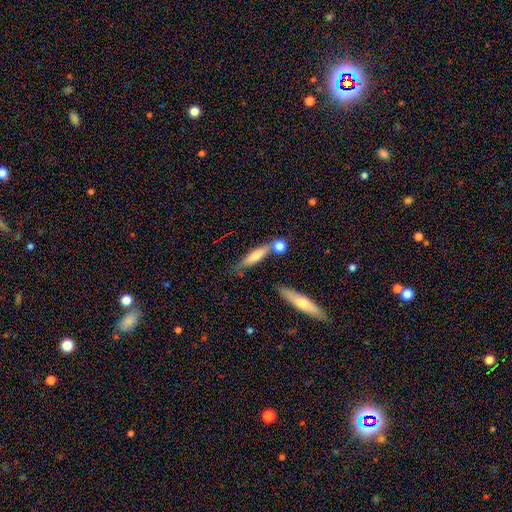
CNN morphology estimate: Smooth or featured?
  - smooth: 58% *
  - featured or disk: 34%
  - star or artifact: 7%
How rounded?
  - cigar-shaped: 80% *
  - in between: 17%
  - round: 3%
Merging?
  - none: 63% *
  - merger: 18%
  - minor disturbance: 15%
  - major disturbance: 5%